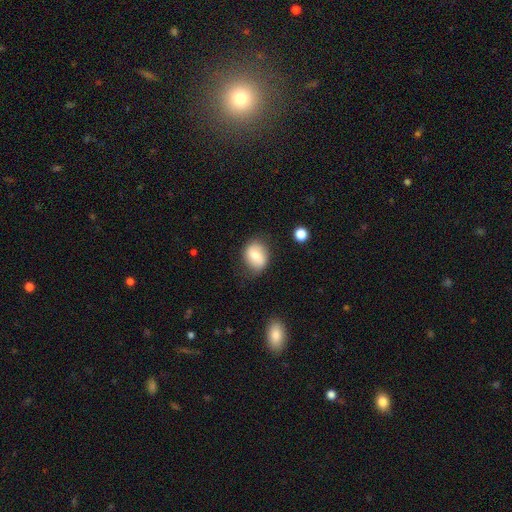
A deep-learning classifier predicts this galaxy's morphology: smooth_or_featured: smooth (p=0.69) [alt: featured or disk p=0.23]
how_rounded: in between (p=0.56) [alt: round p=0.43]
merging: none (p=0.70) [alt: minor disturbance p=0.22]